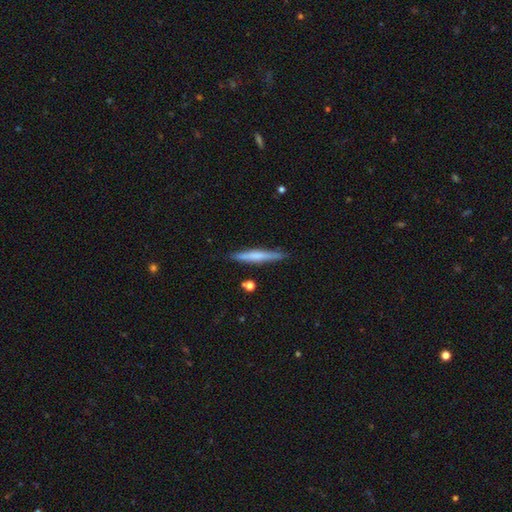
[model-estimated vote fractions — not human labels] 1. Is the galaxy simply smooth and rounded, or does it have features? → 51% smooth, 43% featured or disk, 6% star or artifact.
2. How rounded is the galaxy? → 95% cigar-shaped, 3% in between, 2% round.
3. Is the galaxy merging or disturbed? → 88% none, 8% minor disturbance, 2% merger, 2% major disturbance.